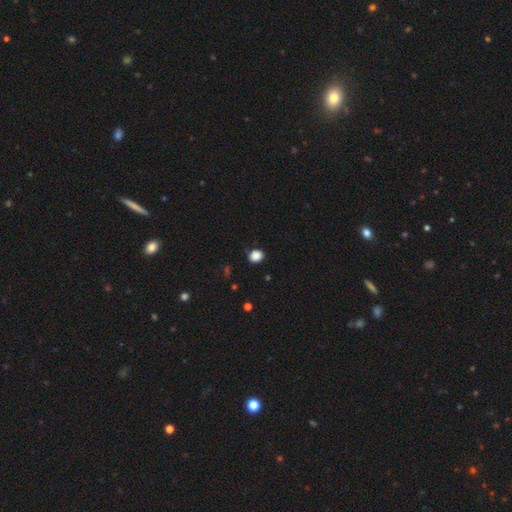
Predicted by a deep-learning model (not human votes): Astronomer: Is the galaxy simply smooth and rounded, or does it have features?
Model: smooth — 87%.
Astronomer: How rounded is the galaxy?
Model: round — 63%.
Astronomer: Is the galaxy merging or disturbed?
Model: none — 86%.